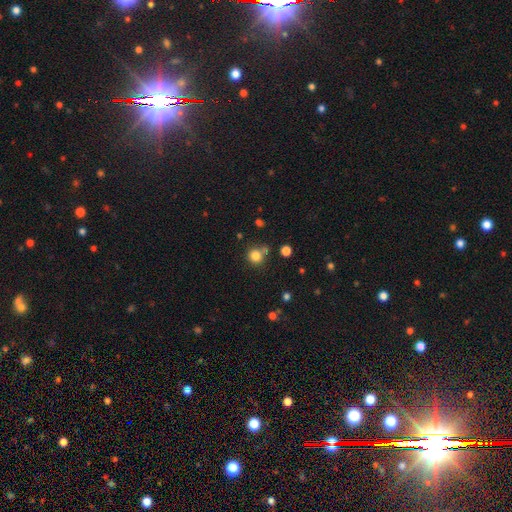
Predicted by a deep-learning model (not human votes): The model was most divided on "merging": none: 69%, merger: 15%, minor disturbance: 12%, major disturbance: 4%. More confident: how rounded — round (89%); smooth or featured — smooth (81%).